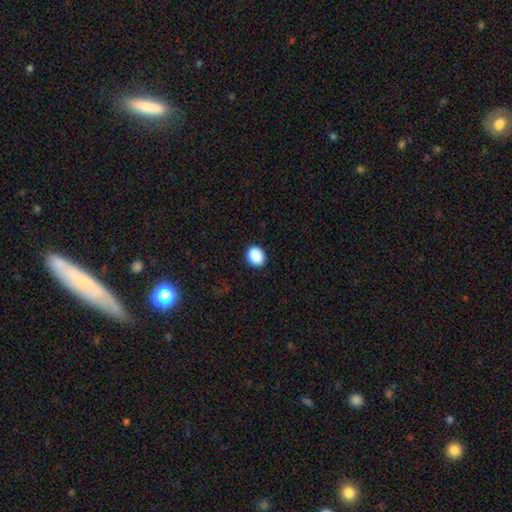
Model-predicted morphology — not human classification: smooth 89%, star or artifact 8%, featured or disk 3%. Down the decision tree: how rounded — in between (57%); merging — none (88%).